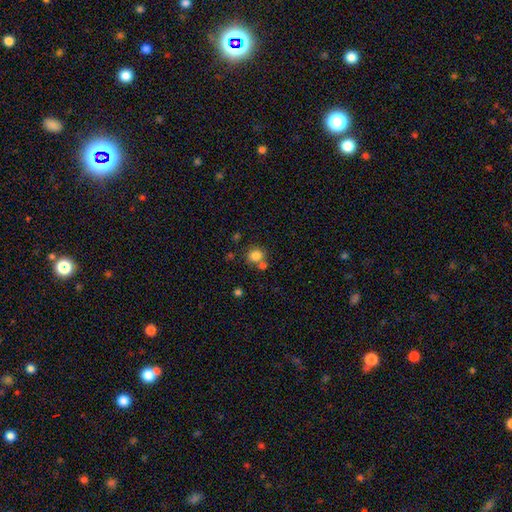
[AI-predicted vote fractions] Smooth or featured? smooth (81%)
How rounded? round (78%)
Merging? none (59%)